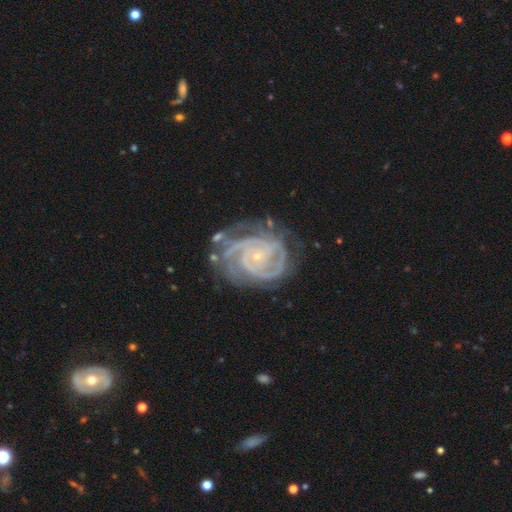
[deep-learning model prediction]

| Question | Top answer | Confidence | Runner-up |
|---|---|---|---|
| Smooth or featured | featured or disk | 87% | star or artifact (8%) |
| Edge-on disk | no | 97% | yes (3%) |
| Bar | no | 61% | weak (27%) |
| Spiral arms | yes | 97% | no (3%) |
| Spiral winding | tight | 76% | medium (20%) |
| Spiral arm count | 2 | 28% | 3 (24%) |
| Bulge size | small | 81% | moderate (13%) |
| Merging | none | 71% | minor disturbance (19%) |